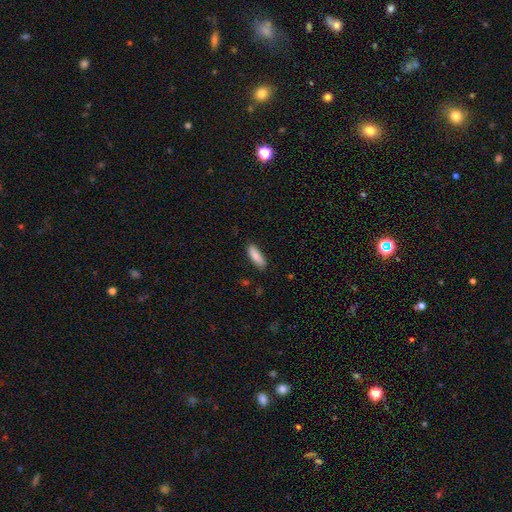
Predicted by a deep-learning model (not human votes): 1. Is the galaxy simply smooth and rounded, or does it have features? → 87% smooth, 7% featured or disk, 6% star or artifact.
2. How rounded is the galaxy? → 56% in between, 42% cigar-shaped, 2% round.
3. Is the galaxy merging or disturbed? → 84% none, 12% minor disturbance, 2% major disturbance, 1% merger.